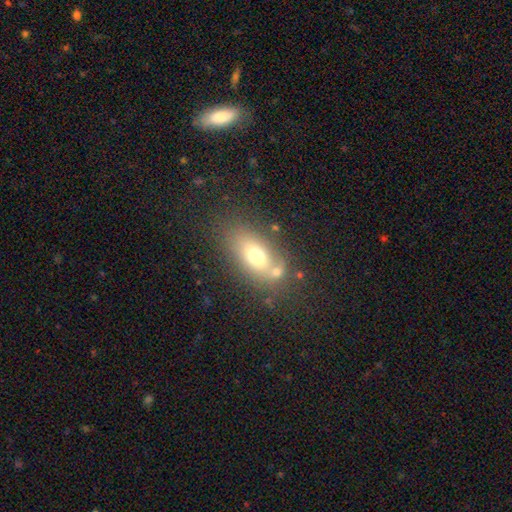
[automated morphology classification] This is likely a smooth galaxy (67%). How rounded: clearly in between (82%). Merging: possibly none (59%).